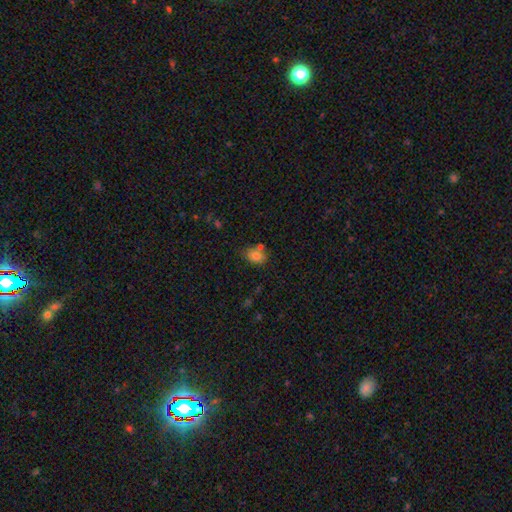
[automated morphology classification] This appears to be a smooth galaxy with no disk features (81%) that is in between round and cigar-shaped (78%). Merging: none (66%).